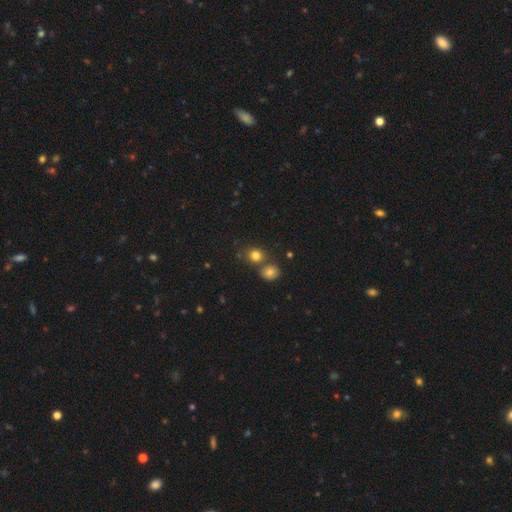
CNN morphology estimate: Smooth or featured: smooth — 79% (star or artifact — 13%)
How rounded: round — 78% (in between — 21%)
Merging: none — 60% (merger — 28%)